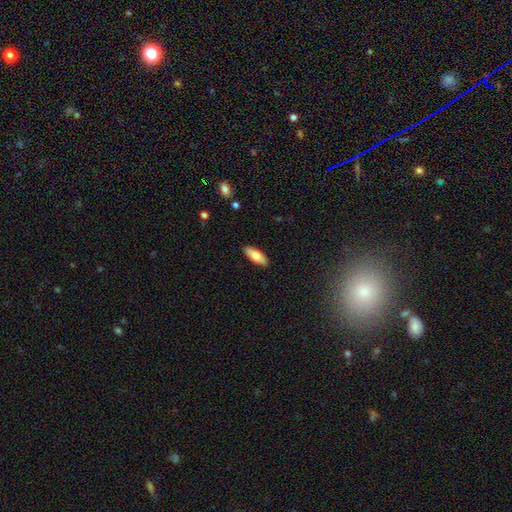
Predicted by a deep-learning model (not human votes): smooth 74%, featured or disk 20%, star or artifact 6%. Down the decision tree: how rounded — in between (70%); merging — none (90%).